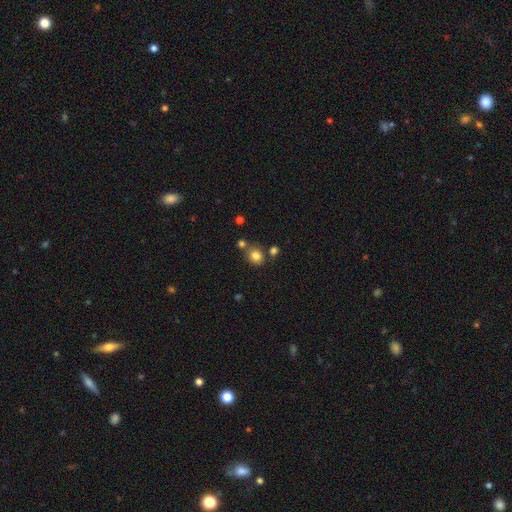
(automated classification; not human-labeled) A smooth galaxy with no disk features (82%) that is round (74%). Merging: none (70%).